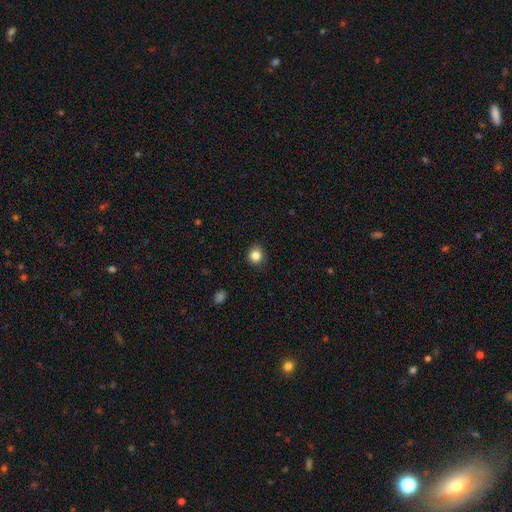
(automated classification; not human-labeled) This is clearly a smooth galaxy (84%). How rounded: clearly round (83%). Merging: clearly none (89%).